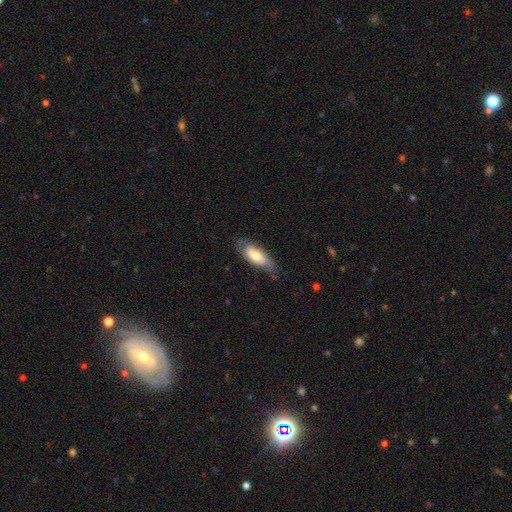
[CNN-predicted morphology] Overall: smooth (58%; featured or disk 36%). How rounded: in between (79%). Merging: none (67%).